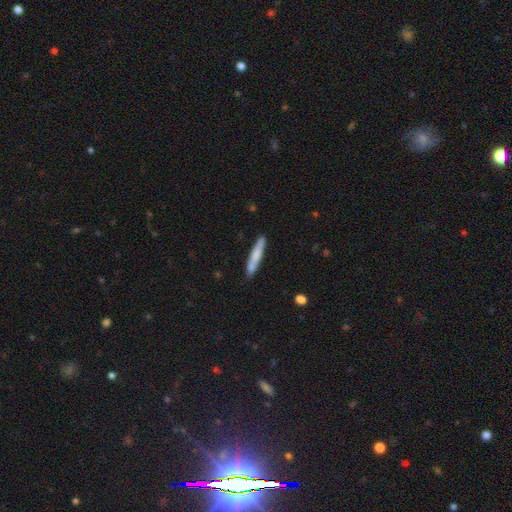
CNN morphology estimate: smooth_or_featured: smooth (p=0.63) [alt: featured or disk p=0.32]
how_rounded: cigar-shaped (p=0.94) [alt: in between p=0.05]
merging: none (p=0.85) [alt: minor disturbance p=0.10]